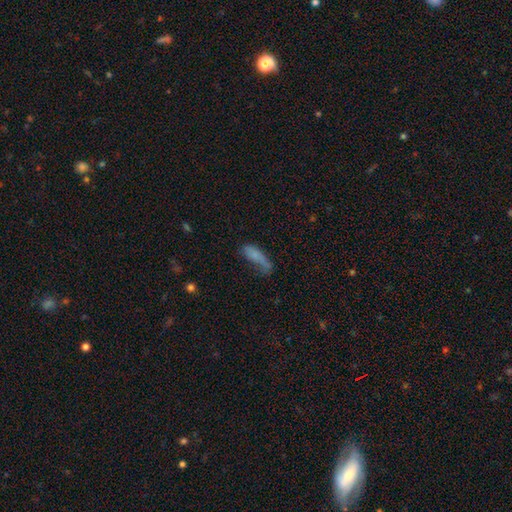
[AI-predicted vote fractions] Q: Smooth or featured?
A: smooth (69%); runner-up: featured or disk (20%)
Q: How rounded?
A: in between (58%); runner-up: cigar-shaped (39%)
Q: Merging?
A: none (32%); runner-up: major disturbance (31%)